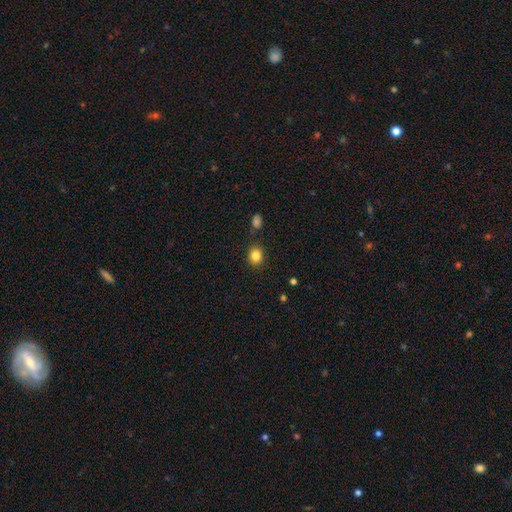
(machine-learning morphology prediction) The model was most divided on "how rounded": round: 71%, in between: 28%, cigar-shaped: 1%. More confident: smooth or featured — smooth (84%); merging — none (84%).